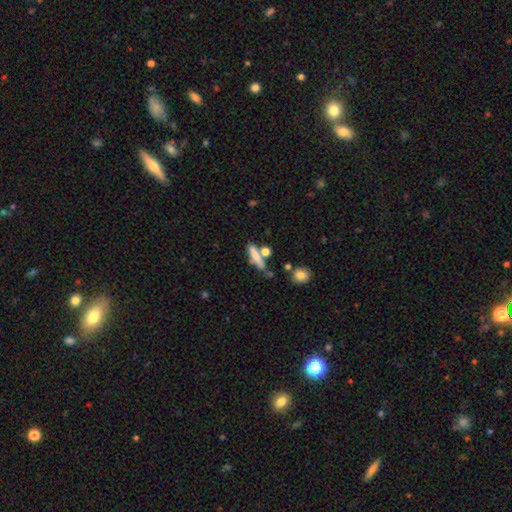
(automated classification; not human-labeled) A smooth galaxy with no disk features (72%) that is cigar-shaped (78%). Merging: none (61%).